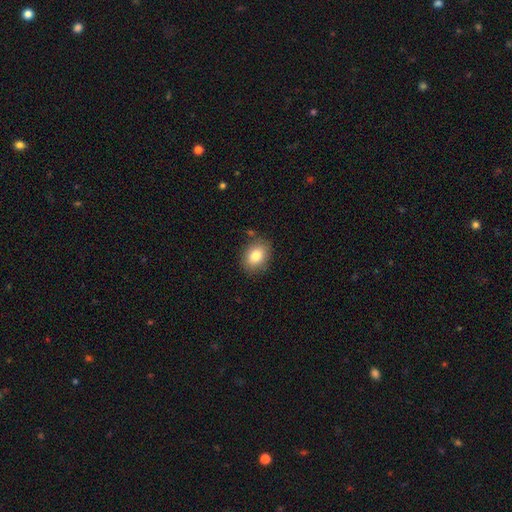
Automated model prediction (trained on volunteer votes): smooth_or_featured: smooth (p=0.82) [alt: featured or disk p=0.09]
how_rounded: in between (p=0.62) [alt: round p=0.37]
merging: none (p=0.83) [alt: minor disturbance p=0.11]